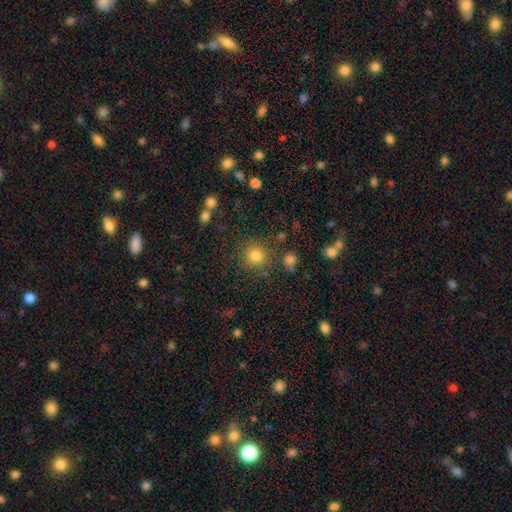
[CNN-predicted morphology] smooth 80%, star or artifact 14%, featured or disk 6%. Down the decision tree: how rounded — round (92%); merging — none (83%).